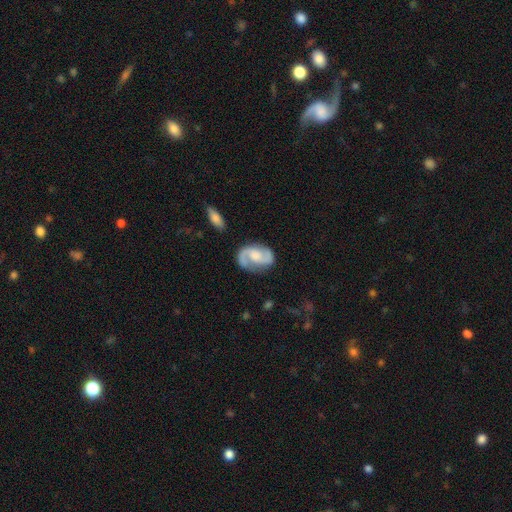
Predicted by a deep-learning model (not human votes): Smooth or featured: featured or disk — 85% (smooth — 10%)
Edge-on disk: no — 98% (yes — 2%)
Bar: no — 53% (weak — 38%)
Spiral arms: yes — 96% (no — 4%)
Spiral winding: medium — 53% (loose — 25%)
Spiral arm count: 2 — 91% (can't tell — 3%)
Bulge size: moderate — 40% (small — 21%)
Merging: none — 77% (minor disturbance — 15%)